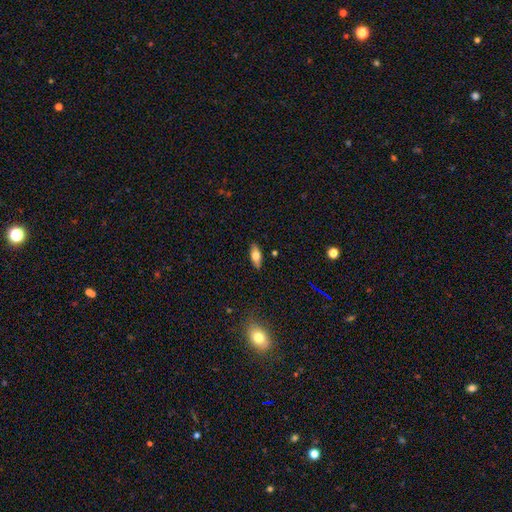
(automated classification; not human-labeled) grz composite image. It shows a smooth galaxy with no disk features (65%) that is in between round and cigar-shaped (77%). Merging: none (87%).